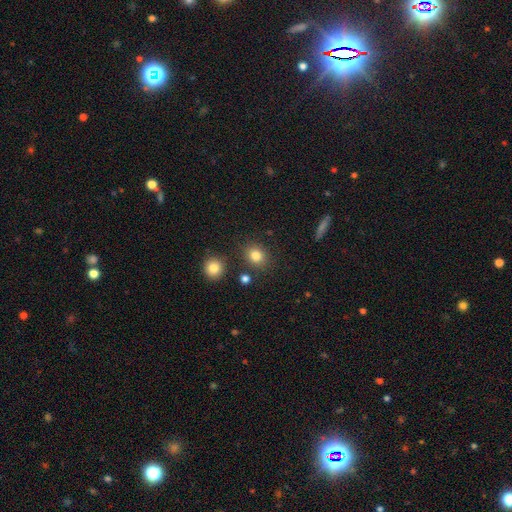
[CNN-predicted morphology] type=smooth (81%); roundness=round (70%); merging=none (83%).